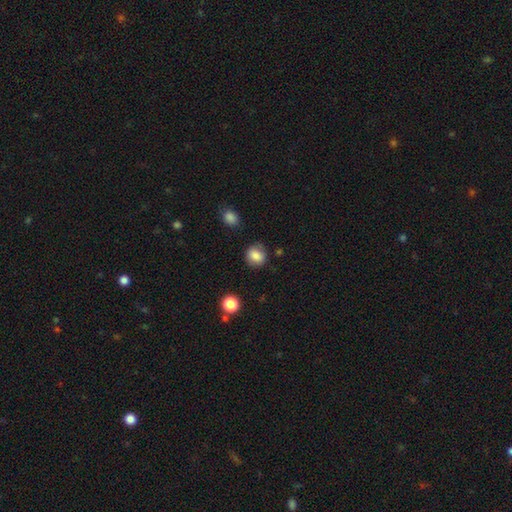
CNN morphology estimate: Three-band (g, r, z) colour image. It shows a smooth galaxy with no disk features (84%) that is round (72%). Merging: none (81%).